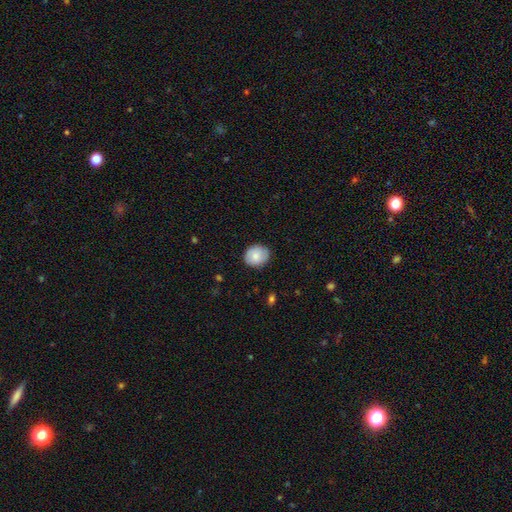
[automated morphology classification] This is likely a smooth galaxy (77%). How rounded: likely round (64%). Merging: clearly none (85%).